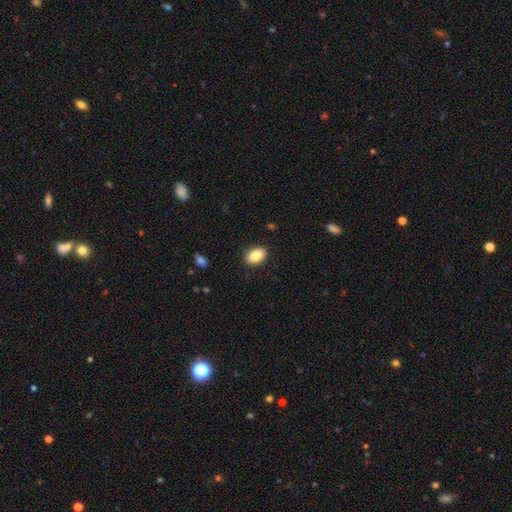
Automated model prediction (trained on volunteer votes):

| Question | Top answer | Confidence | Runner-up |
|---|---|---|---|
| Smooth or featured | smooth | 86% | star or artifact (7%) |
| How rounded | in between | 89% | round (9%) |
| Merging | none | 88% | minor disturbance (9%) |